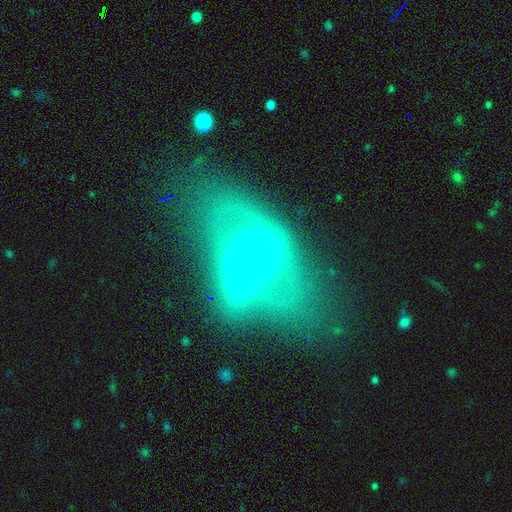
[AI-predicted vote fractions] This appears to be a featured or disk galaxy (64%) with no bar (67%), no spiral arms (64%) and a moderate central bulge (66%). Merging: merger (59%).